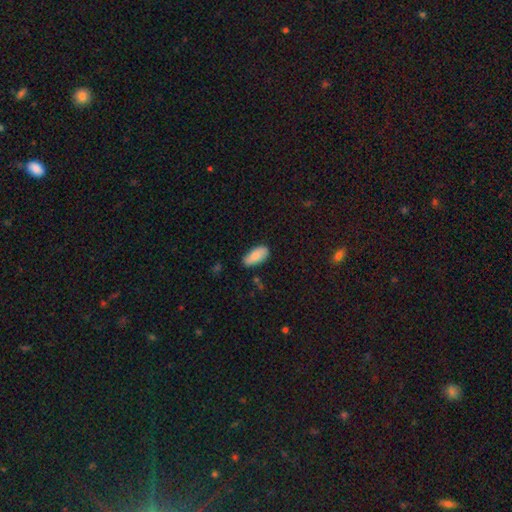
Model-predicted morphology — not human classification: type=smooth (85%); roundness=in between (91%); merging=none (76%).